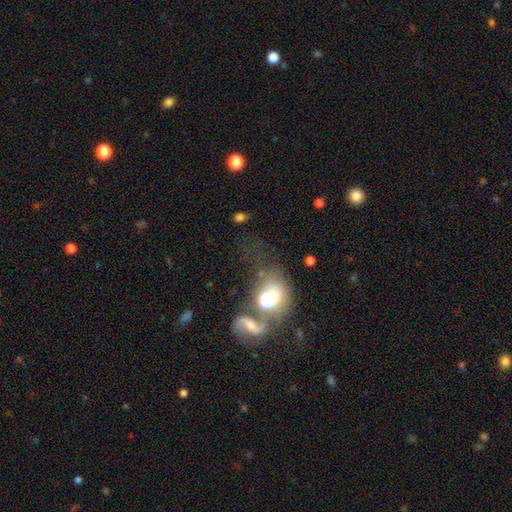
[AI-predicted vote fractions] Smooth or featured: smooth — 45% (featured or disk — 35%)
Merging: merger — 51% (major disturbance — 22%)